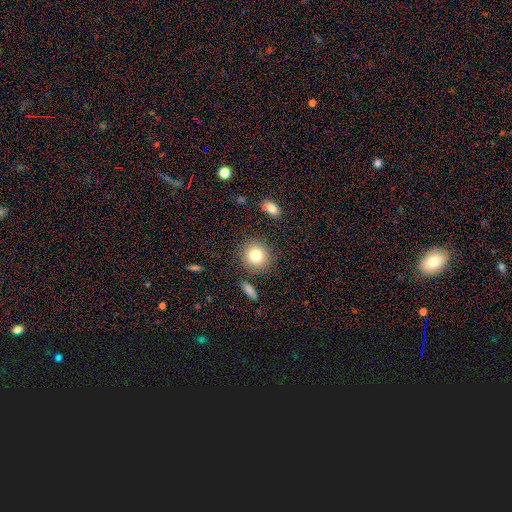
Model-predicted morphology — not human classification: This appears to be a smooth galaxy with no disk features (79%) that is round (90%). Merging: none (86%).